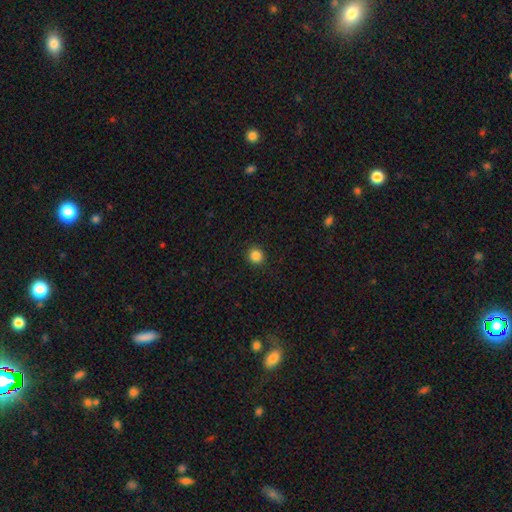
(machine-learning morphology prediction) Smooth or featured? Predicted: smooth (p=0.86). How rounded? Predicted: round (p=0.94). Merging? Predicted: none (p=0.93).